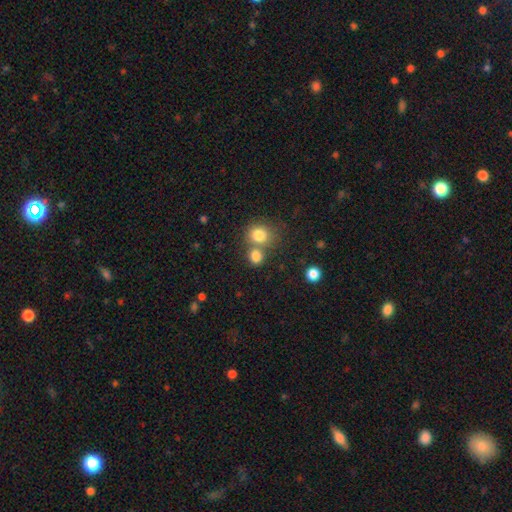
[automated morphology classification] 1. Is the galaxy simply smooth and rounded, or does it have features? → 81% smooth, 12% star or artifact, 7% featured or disk.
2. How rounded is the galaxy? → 75% round, 24% in between, 1% cigar-shaped.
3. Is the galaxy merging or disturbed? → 52% none, 37% merger, 8% minor disturbance, 3% major disturbance.